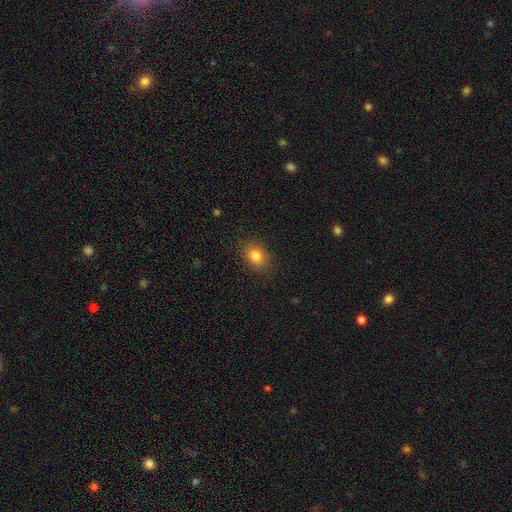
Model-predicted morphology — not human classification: smooth-or-featured: smooth: 82% | star or artifact: 11% | featured or disk: 7%
  how-rounded: in between: 57% | round: 42% | cigar-shaped: 1%
  merging: none: 86% | minor disturbance: 10% | major disturbance: 3% | merger: 1%